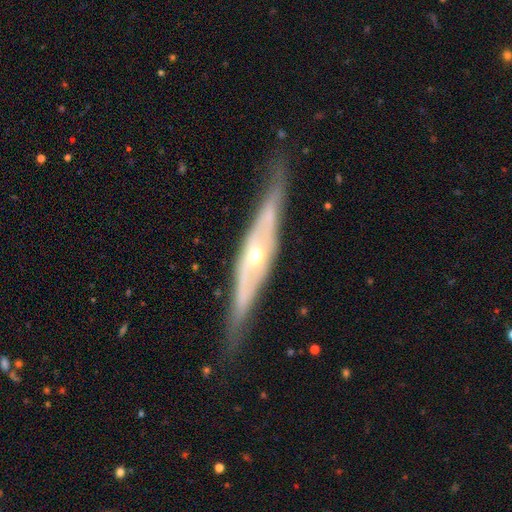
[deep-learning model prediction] Overall: featured or disk (82%). Edge-on disk: yes (79%). Edge-on bulge: rounded (74%). Merging: none (80%).